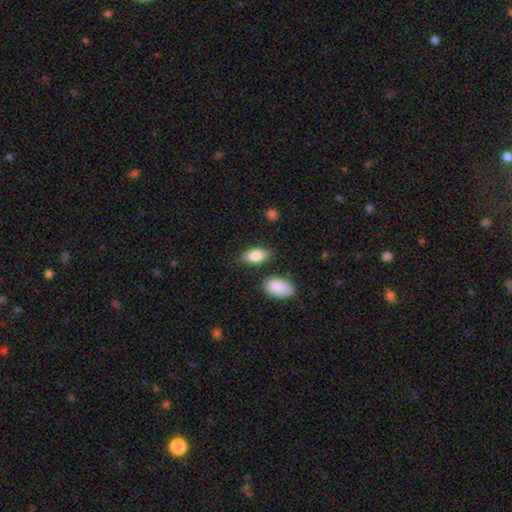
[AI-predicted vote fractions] smooth 82%, featured or disk 11%, star or artifact 7%. Down the decision tree: how rounded — in between (90%); merging — none (79%).